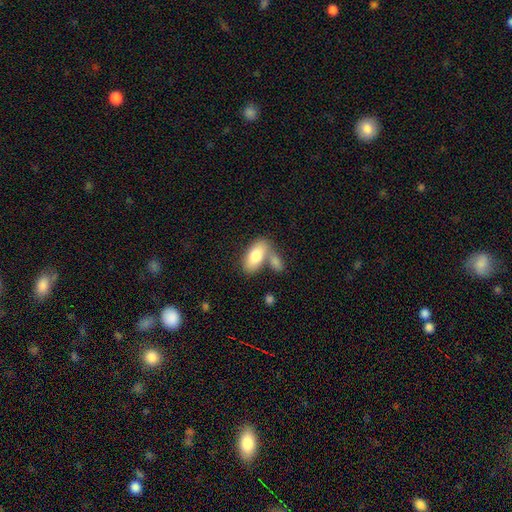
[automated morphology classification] Q: Smooth or featured?
A: smooth (78%); runner-up: featured or disk (17%)
Q: How rounded?
A: in between (91%); runner-up: cigar-shaped (6%)
Q: Merging?
A: none (44%); runner-up: merger (39%)